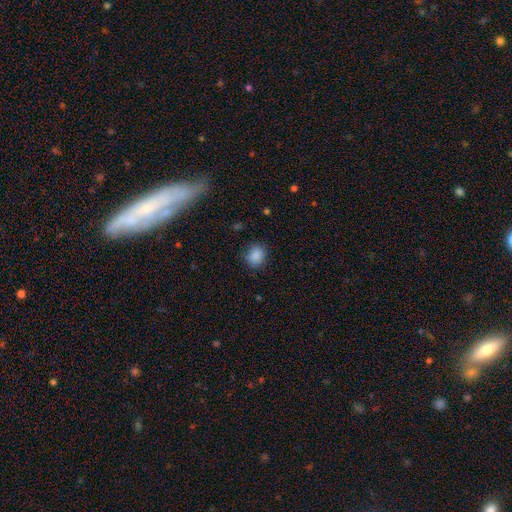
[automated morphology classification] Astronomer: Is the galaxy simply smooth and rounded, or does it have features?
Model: smooth — 86%.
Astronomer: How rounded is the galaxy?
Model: round — 67%.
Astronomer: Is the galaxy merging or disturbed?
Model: none — 80%.